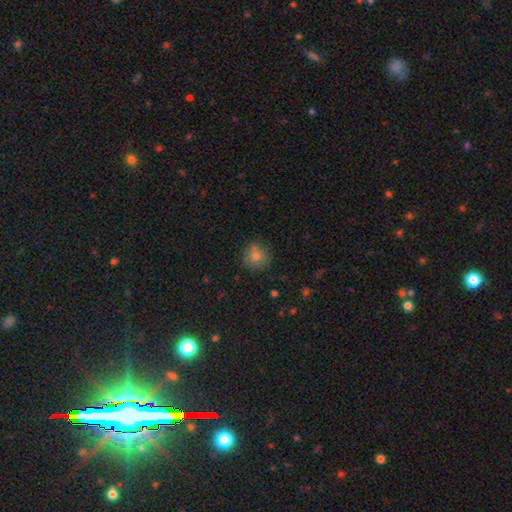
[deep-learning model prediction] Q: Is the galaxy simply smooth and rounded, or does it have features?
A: smooth — 74%.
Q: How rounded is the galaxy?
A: round — 89%.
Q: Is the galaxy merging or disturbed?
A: none — 74%.